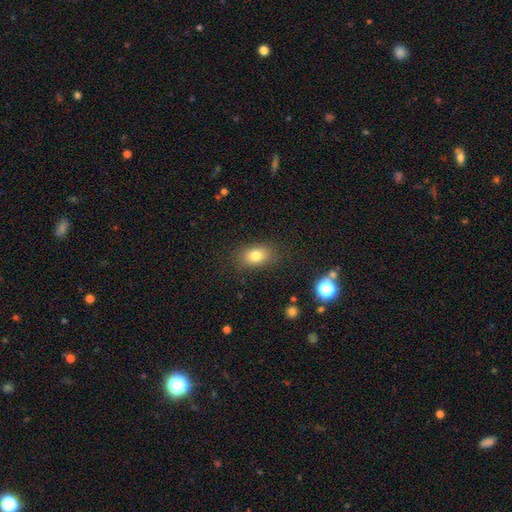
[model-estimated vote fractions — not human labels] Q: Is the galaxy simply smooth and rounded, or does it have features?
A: smooth — 79%.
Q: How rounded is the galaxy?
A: in between — 79%.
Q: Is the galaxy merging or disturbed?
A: none — 83%.